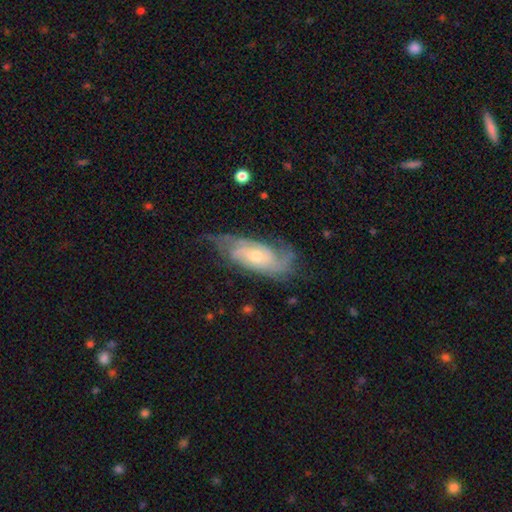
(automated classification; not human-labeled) Overall: featured or disk (81%). Edge-on disk: no (92%). Bar: no (68%). Spiral arms: yes (94%). Spiral arm count: 2 (38%; can't tell 29%). Spiral winding: tight (47%; medium 38%). Bulge size: small (50%; moderate 46%). Merging: none (62%; minor disturbance 24%).